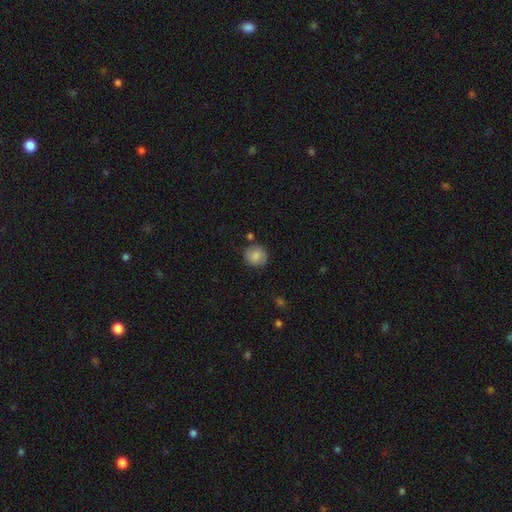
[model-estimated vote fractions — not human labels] Morphology: type=smooth (84%); roundness=round (88%); merging=none (82%).